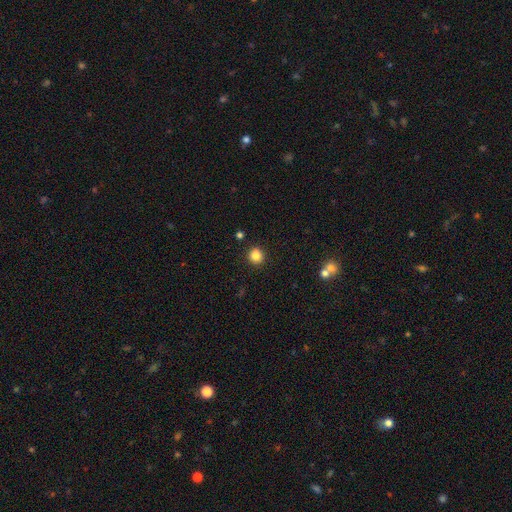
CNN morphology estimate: Smooth or featured?
  - smooth: 85% *
  - star or artifact: 11%
  - featured or disk: 4%
How rounded?
  - round: 88% *
  - in between: 11%
  - cigar-shaped: 1%
Merging?
  - none: 90% *
  - minor disturbance: 6%
  - major disturbance: 2%
  - merger: 2%